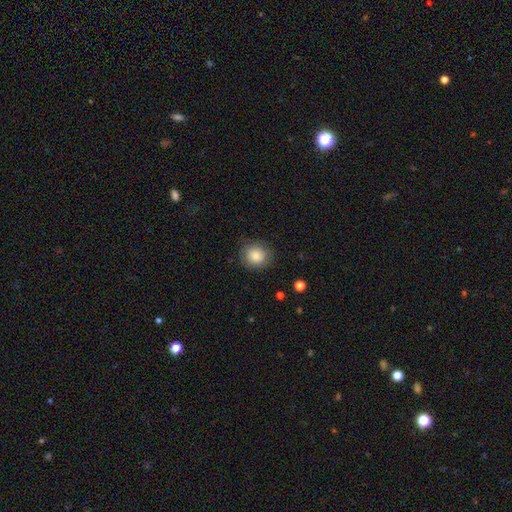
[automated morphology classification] Smooth or featured?
  - smooth: 84% *
  - featured or disk: 8%
  - star or artifact: 8%
How rounded?
  - round: 81% *
  - in between: 18%
  - cigar-shaped: 1%
Merging?
  - none: 81% *
  - minor disturbance: 14%
  - major disturbance: 4%
  - merger: 1%